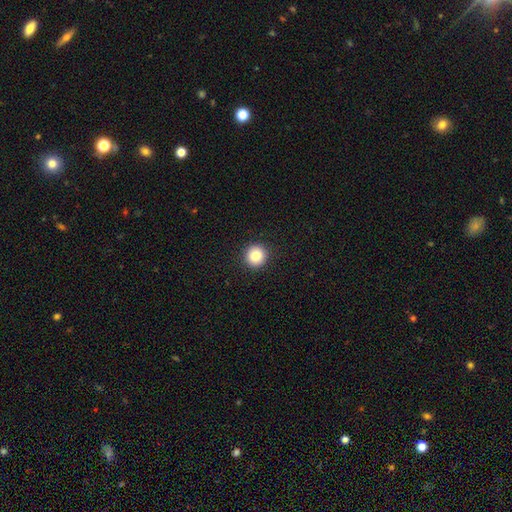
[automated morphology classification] Smooth or featured? Predicted: smooth (p=0.83). How rounded? Predicted: round (p=0.94). Merging? Predicted: none (p=0.93).